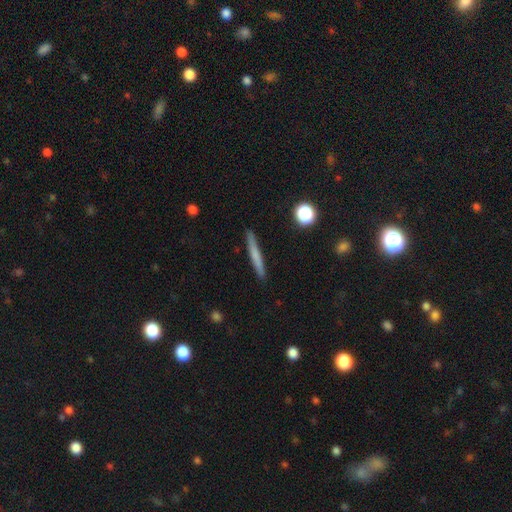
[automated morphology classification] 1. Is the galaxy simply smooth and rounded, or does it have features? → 61% smooth, 32% featured or disk, 7% star or artifact.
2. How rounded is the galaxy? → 95% cigar-shaped, 3% in between, 2% round.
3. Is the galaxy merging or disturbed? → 90% none, 7% minor disturbance, 2% major disturbance, 1% merger.